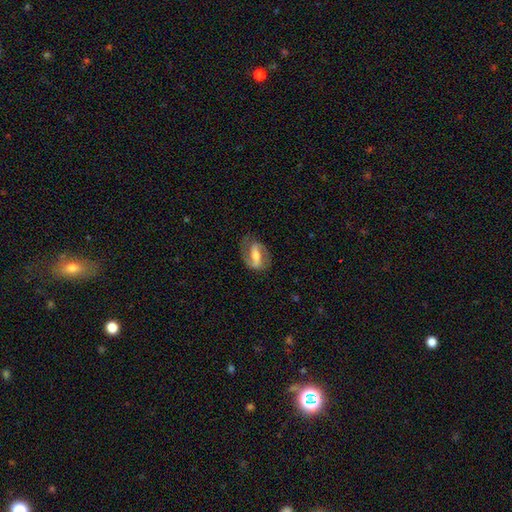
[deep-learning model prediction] The model was most divided on "bulge size": moderate: 50%, small: 31%, large: 10%, none: 7%, dominant: 2%. More confident: edge-on disk — no (97%); spiral arms — yes (95%); spiral arm count — 2 (88%); smooth or featured — featured or disk (84%); merging — none (78%); bar — strong (55%); spiral winding — medium (52%).